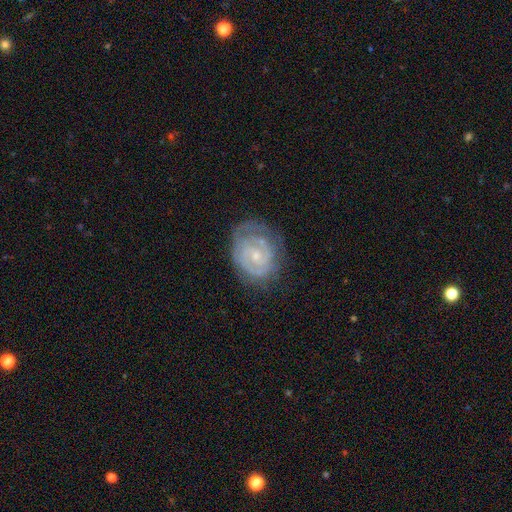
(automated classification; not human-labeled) This is likely a featured or disk galaxy (78%). It is clearly not viewed edge-on (97%). Bar: likely no (66%). Spiral arm pattern: clearly yes (88%). Spiral arm count: marginally can't tell (37%). Spiral winding: likely tight (72%). Central bulge: likely small (74%). Merging: likely none (67%).